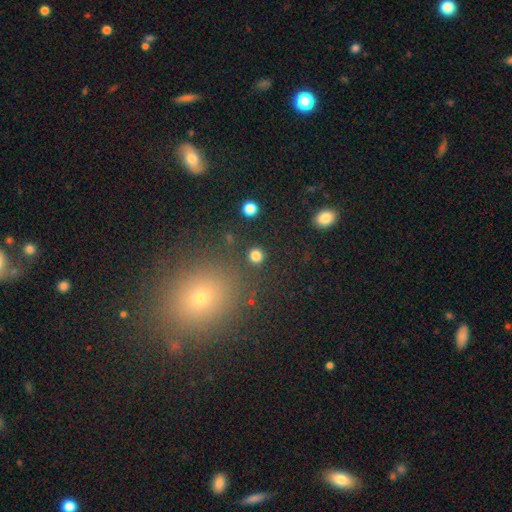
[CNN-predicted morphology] Smooth or featured?
  - smooth: 82% *
  - star or artifact: 14%
  - featured or disk: 4%
How rounded?
  - round: 93% *
  - in between: 6%
  - cigar-shaped: 1%
Merging?
  - none: 90% *
  - minor disturbance: 5%
  - major disturbance: 3%
  - merger: 2%